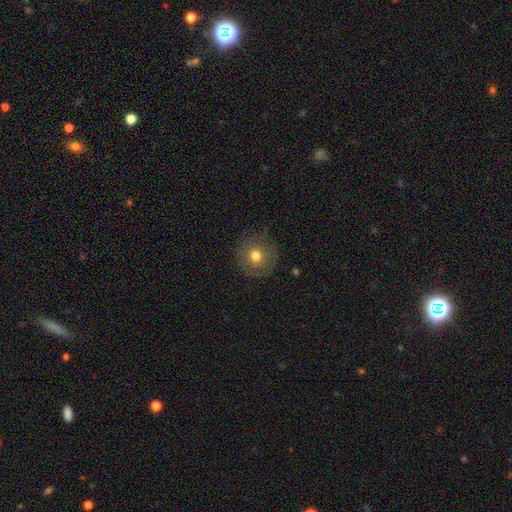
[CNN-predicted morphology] Q: Smooth or featured?
A: smooth (68%); runner-up: featured or disk (21%)
Q: How rounded?
A: round (94%); runner-up: in between (6%)
Q: Merging?
A: none (83%); runner-up: minor disturbance (11%)